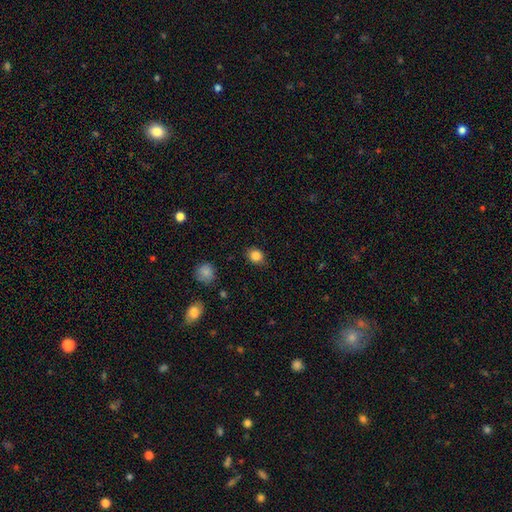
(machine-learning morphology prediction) Smooth or featured?
  - smooth: 85% *
  - star or artifact: 10%
  - featured or disk: 5%
How rounded?
  - round: 56% *
  - in between: 43%
  - cigar-shaped: 1%
Merging?
  - none: 81% *
  - minor disturbance: 15%
  - major disturbance: 3%
  - merger: 1%